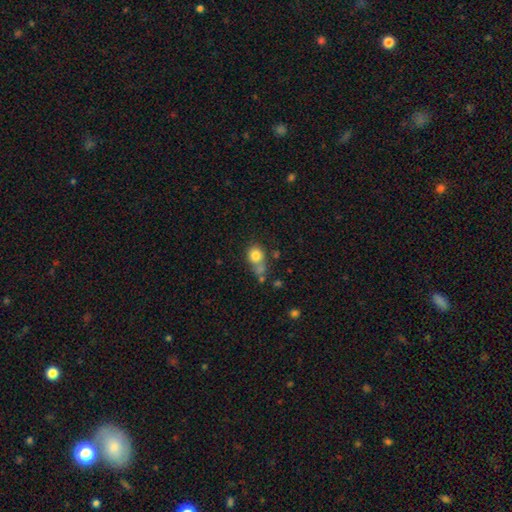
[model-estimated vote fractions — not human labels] This appears to be a smooth galaxy with no disk features (80%) that is round (75%). Merging: none (46%).